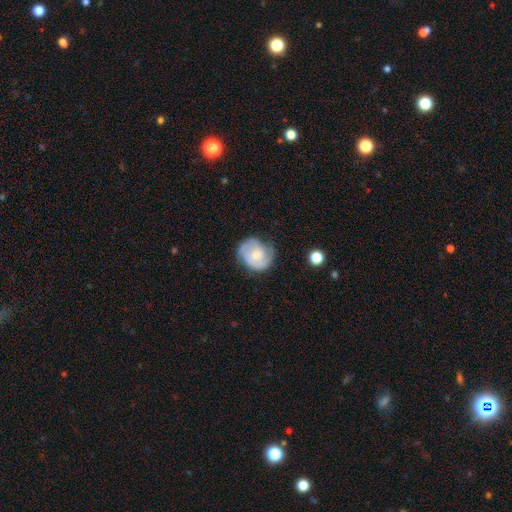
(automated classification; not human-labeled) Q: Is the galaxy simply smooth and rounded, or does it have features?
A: featured or disk — 61%.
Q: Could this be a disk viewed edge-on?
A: no — 98%.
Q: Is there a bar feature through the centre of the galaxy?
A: no — 68%.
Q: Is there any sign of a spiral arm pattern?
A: yes — 87%.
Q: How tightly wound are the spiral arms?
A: tight — 46%.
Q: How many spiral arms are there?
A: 2 — 58%.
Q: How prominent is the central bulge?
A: moderate — 45%.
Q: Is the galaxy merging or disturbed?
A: none — 64%.